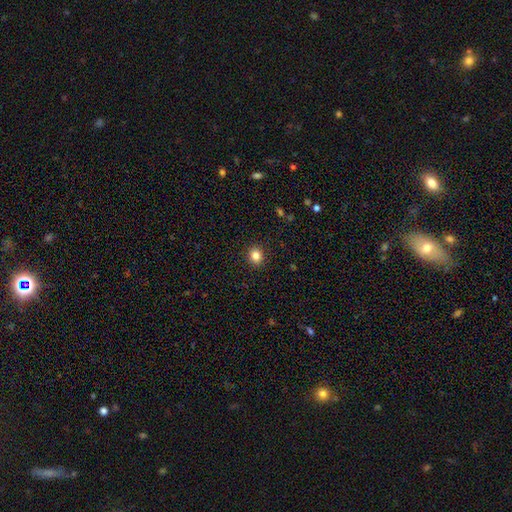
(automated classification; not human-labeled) smooth_or_featured: smooth (p=0.83) [alt: star or artifact p=0.11]
how_rounded: round (p=0.77) [alt: in between p=0.22]
merging: none (p=0.91) [alt: minor disturbance p=0.06]